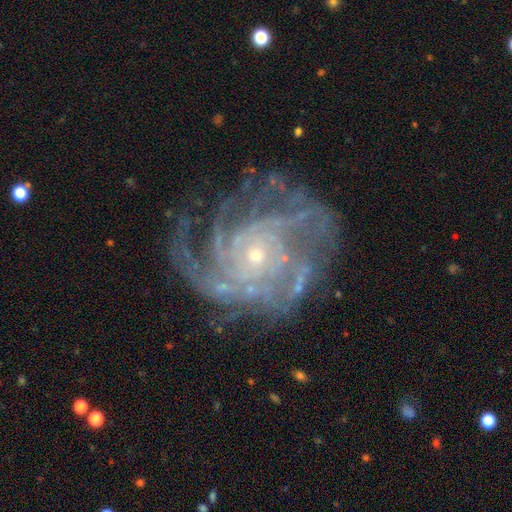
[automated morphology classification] Overall: featured or disk (89%). Edge-on disk: no (98%). Bar: no (78%). Spiral arms: yes (97%). Spiral arm count: 4 (27%; more than 4 21%). Spiral winding: tight (67%; medium 28%). Bulge size: small (80%). Merging: none (68%).